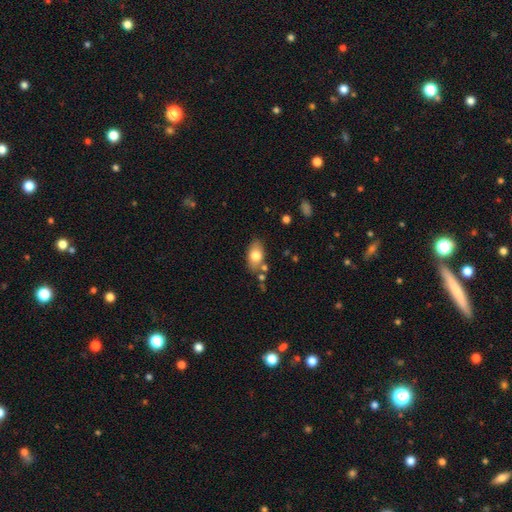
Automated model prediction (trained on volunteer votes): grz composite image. It shows a smooth galaxy with no disk features (76%) that is in between round and cigar-shaped (88%). Merging: none (73%).